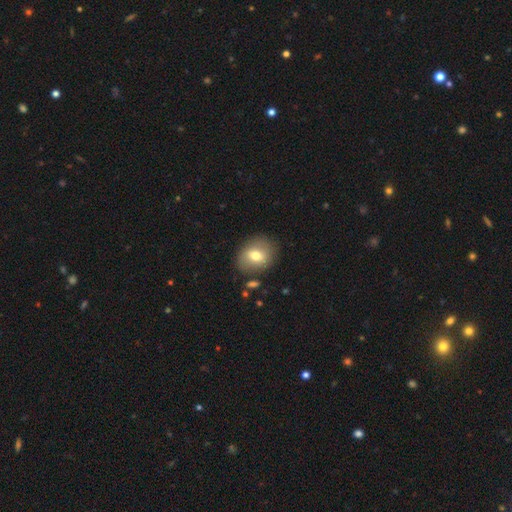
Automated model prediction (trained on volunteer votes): smooth_or_featured: smooth (p=0.68) [alt: featured or disk p=0.23]
how_rounded: round (p=0.60) [alt: in between p=0.39]
merging: none (p=0.81) [alt: minor disturbance p=0.12]